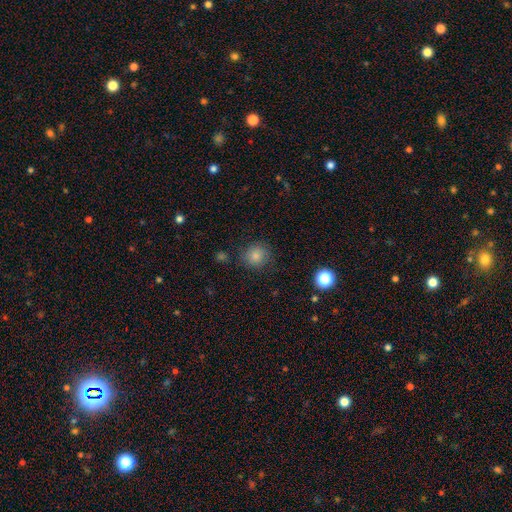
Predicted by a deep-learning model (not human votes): This appears to be a smooth galaxy with no disk features (83%) that is round (89%). Merging: none (84%).